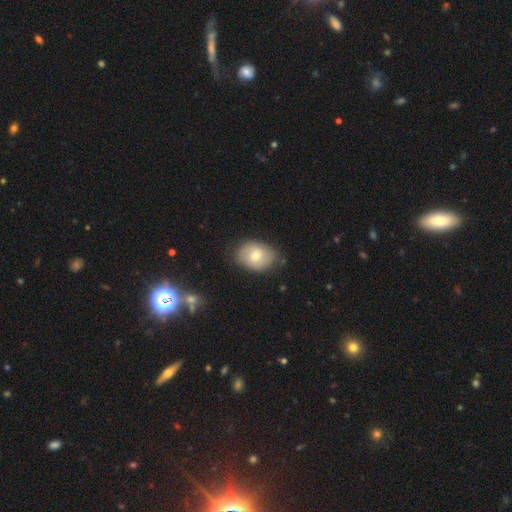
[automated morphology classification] Overall: smooth (70%). How rounded: in between (71%). Merging: none (76%).